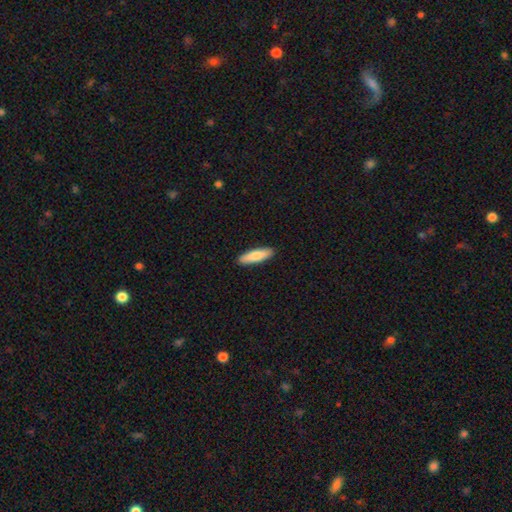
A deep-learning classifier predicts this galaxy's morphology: A smooth galaxy with no disk features (82%) that is cigar-shaped (68%). Merging: none (91%).